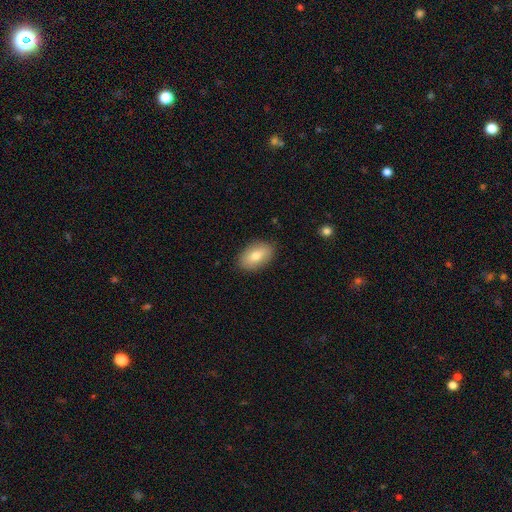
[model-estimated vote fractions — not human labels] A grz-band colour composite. It shows a smooth galaxy with no disk features (76%) that is in between round and cigar-shaped (91%). Merging: none (87%).